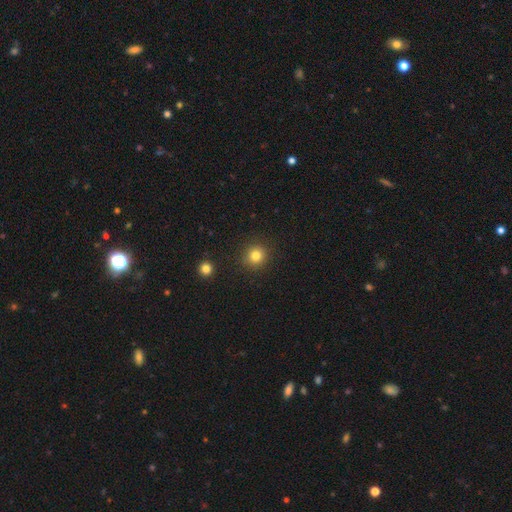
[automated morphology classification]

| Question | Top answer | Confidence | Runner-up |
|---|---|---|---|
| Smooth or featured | smooth | 81% | star or artifact (13%) |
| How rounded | round | 92% | in between (7%) |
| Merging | none | 90% | minor disturbance (6%) |